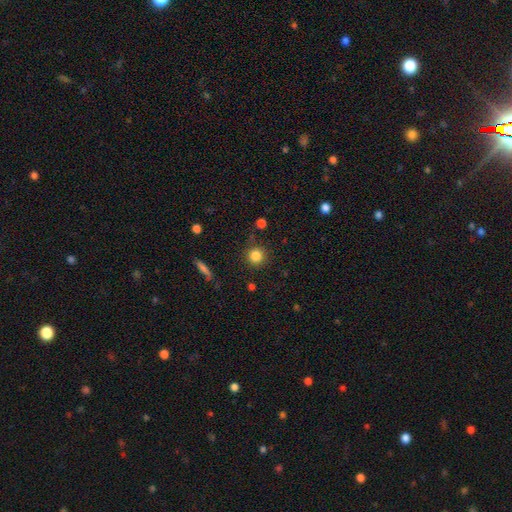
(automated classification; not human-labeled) Overall: smooth (84%). How rounded: round (93%). Merging: none (86%).